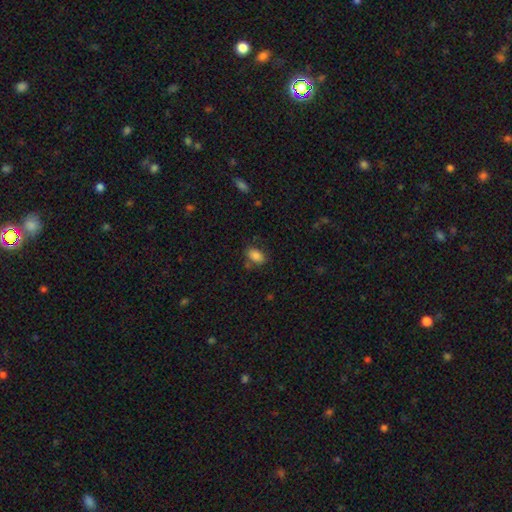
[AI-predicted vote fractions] Smooth or featured? Predicted: smooth (p=0.84). How rounded? Predicted: in between (p=0.87). Merging? Predicted: none (p=0.71).